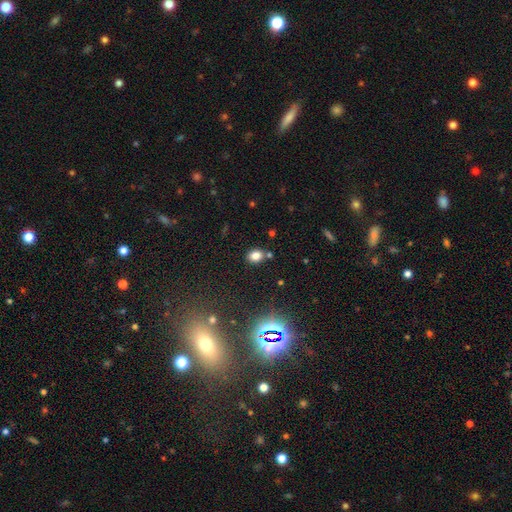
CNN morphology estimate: Smooth or featured: smooth — 79% (star or artifact — 14%)
How rounded: in between — 53% (round — 46%)
Merging: none — 79% (minor disturbance — 10%)